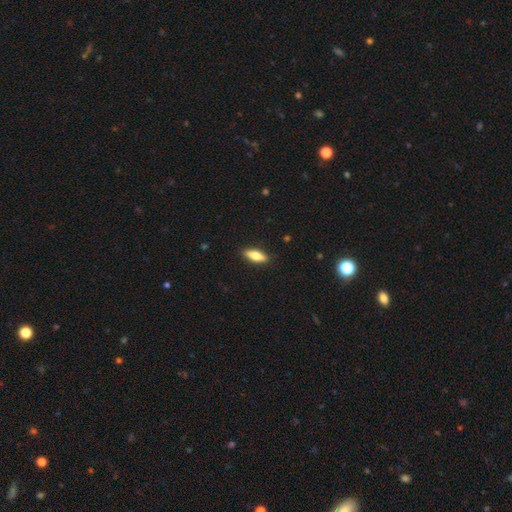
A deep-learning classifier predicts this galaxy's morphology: Smooth or featured? smooth (68%)
How rounded? in between (58%)
Merging? none (89%)